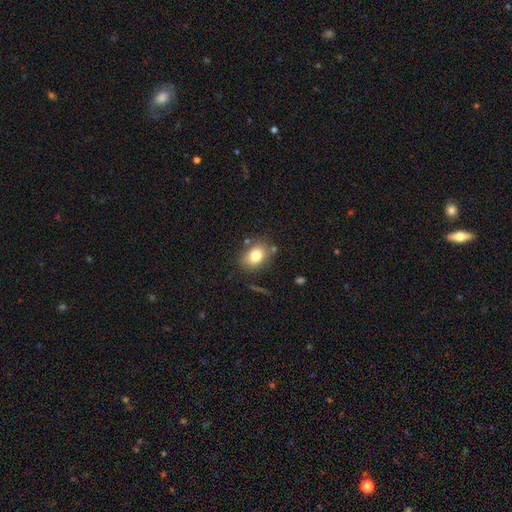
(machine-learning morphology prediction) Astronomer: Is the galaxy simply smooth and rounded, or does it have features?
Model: smooth — 79%.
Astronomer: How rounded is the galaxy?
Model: in between — 62%.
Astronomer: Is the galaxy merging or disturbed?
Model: none — 76%.